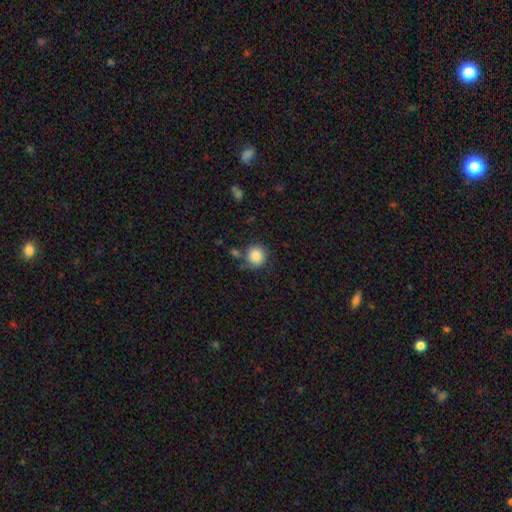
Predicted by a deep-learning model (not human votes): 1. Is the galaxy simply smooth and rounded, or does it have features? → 87% smooth, 9% star or artifact, 5% featured or disk.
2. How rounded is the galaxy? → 90% round, 9% in between, 1% cigar-shaped.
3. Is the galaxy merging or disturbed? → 75% none, 13% minor disturbance, 7% merger, 4% major disturbance.